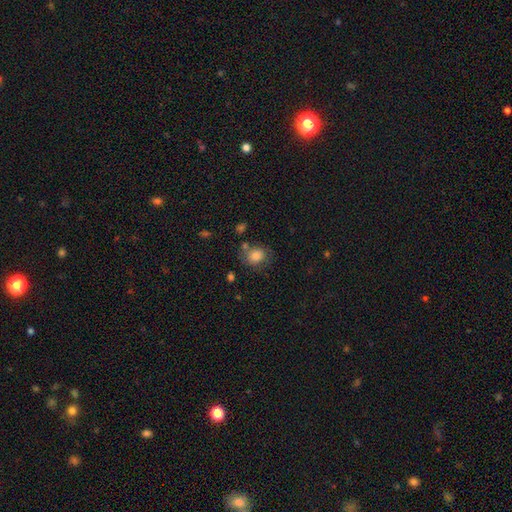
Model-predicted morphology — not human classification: Smooth or featured: smooth — 80% (featured or disk — 11%)
How rounded: round — 58% (in between — 41%)
Merging: none — 63% (minor disturbance — 20%)